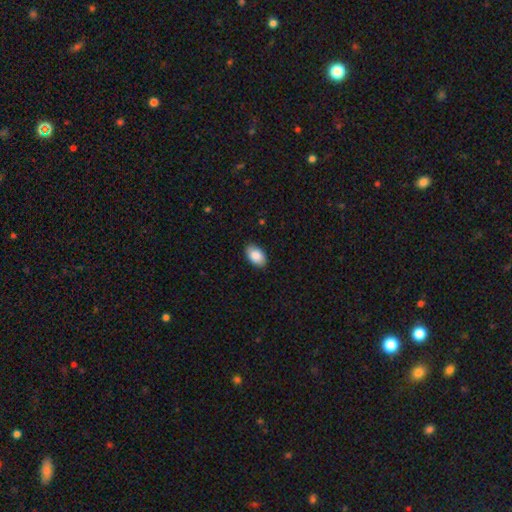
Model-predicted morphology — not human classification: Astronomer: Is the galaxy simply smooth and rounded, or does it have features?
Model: smooth — 88%.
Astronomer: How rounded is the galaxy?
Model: in between — 93%.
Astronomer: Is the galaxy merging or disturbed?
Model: none — 88%.